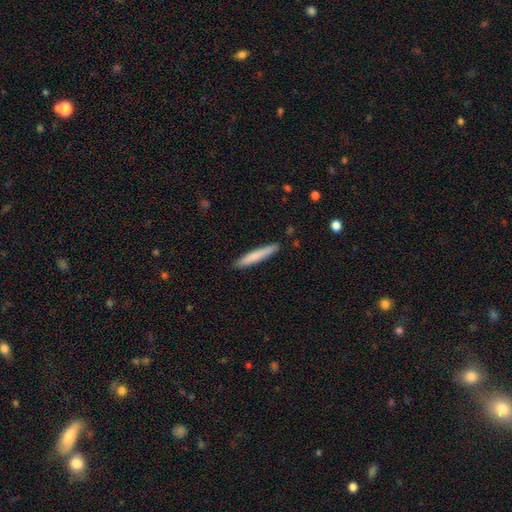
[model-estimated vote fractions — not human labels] Morphology: type=smooth (76%); roundness=cigar-shaped (95%); merging=none (89%).